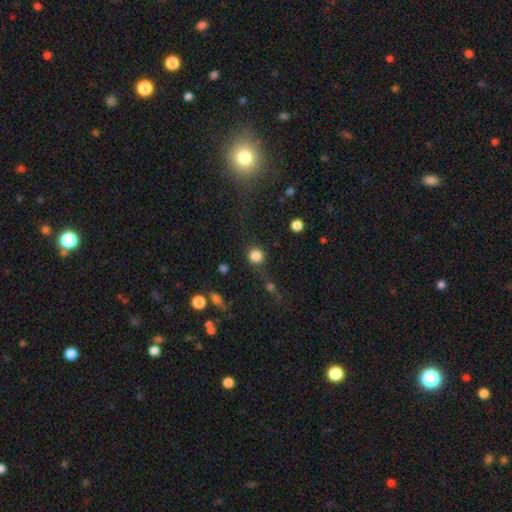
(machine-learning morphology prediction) type=smooth (83%); roundness=round (91%); merging=none (75%).